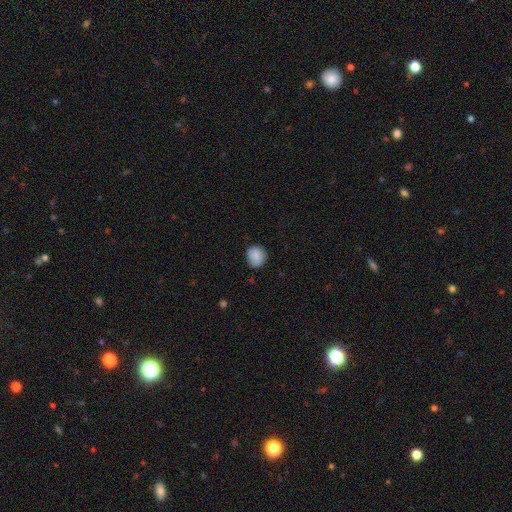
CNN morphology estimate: A smooth galaxy with no disk features (86%) that is round (80%).

Vote fractions:
- Smooth or featured? smooth: 86% / star or artifact: 8% / featured or disk: 6%
- How rounded? round: 80% / in between: 19% / cigar-shaped: 1%
- Merging? none: 77% / minor disturbance: 18% / major disturbance: 3% / merger: 1%